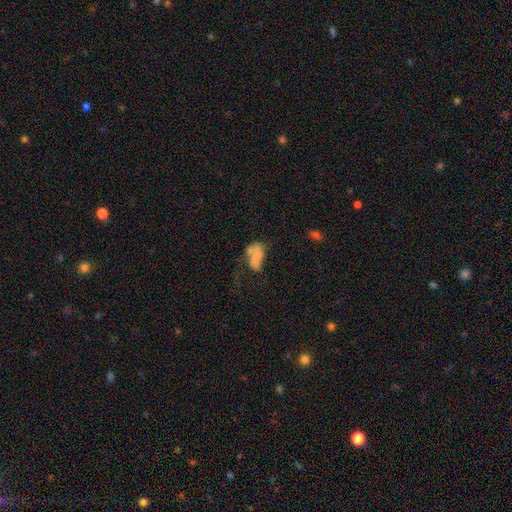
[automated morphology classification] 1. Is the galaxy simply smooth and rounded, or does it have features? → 56% smooth, 31% featured or disk, 13% star or artifact.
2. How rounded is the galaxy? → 89% in between, 6% round, 5% cigar-shaped.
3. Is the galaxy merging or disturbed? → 34% major disturbance, 23% merger, 23% none, 20% minor disturbance.